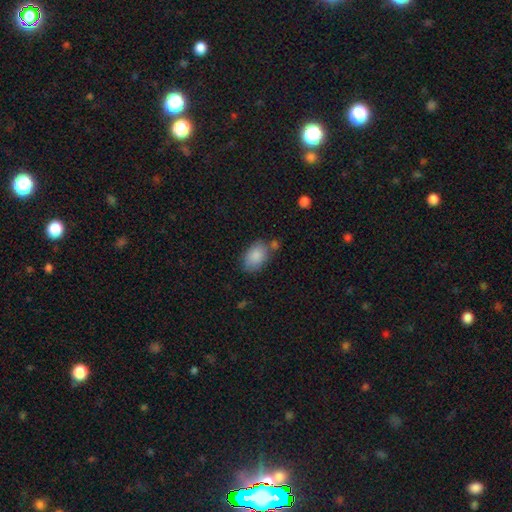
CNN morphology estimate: type=smooth (87%); roundness=in between (89%); merging=none (64%).